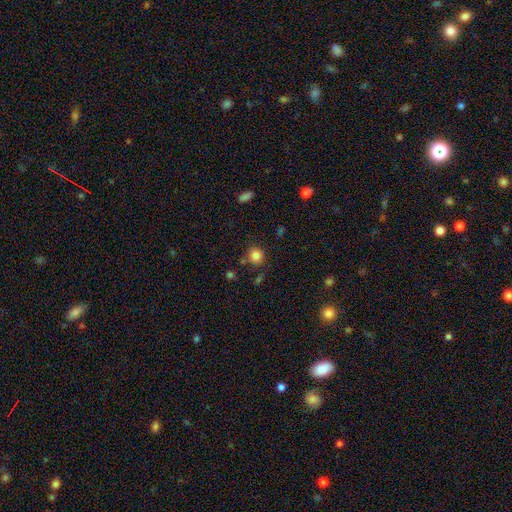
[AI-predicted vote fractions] This appears to be a smooth galaxy with no disk features (83%) that is round (84%). Merging: none (78%).